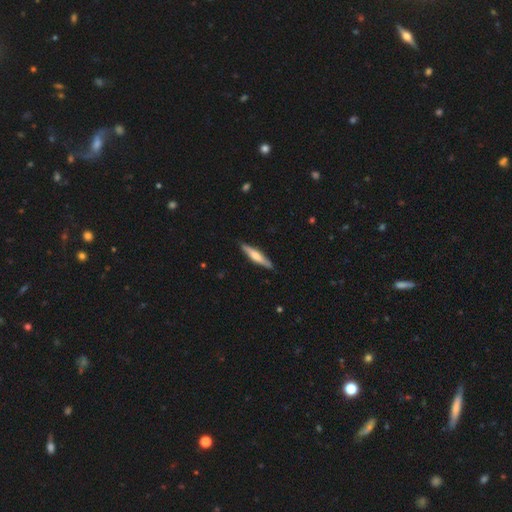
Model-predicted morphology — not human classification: Overall: featured or disk (48%; smooth 46%). Merging: none (89%).